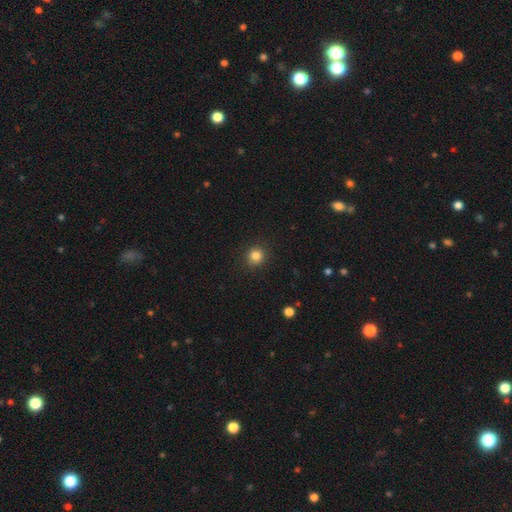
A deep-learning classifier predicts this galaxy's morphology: smooth 83%, star or artifact 12%, featured or disk 5%. Down the decision tree: how rounded — round (91%); merging — none (91%).